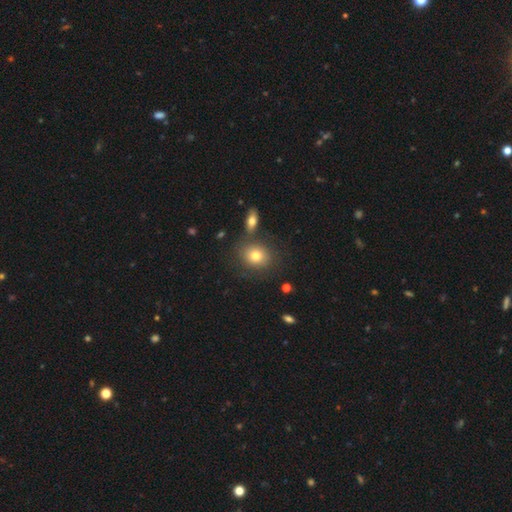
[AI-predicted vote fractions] This is likely a smooth galaxy (77%). How rounded: likely round (65%). Merging: likely none (73%).